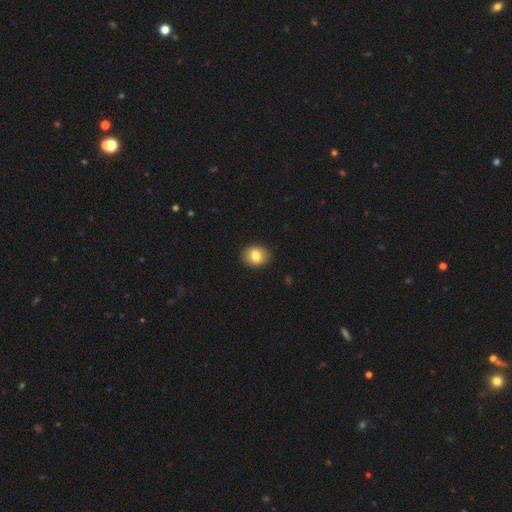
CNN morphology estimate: type=smooth (81%); roundness=round (59%); merging=none (89%).